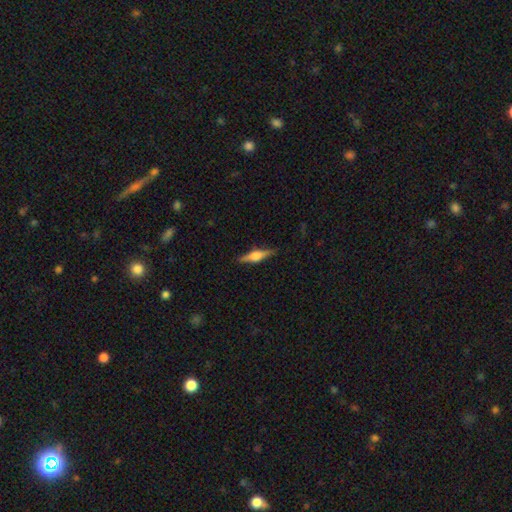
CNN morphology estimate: Smooth or featured: featured or disk — 64% (smooth — 29%)
Edge-on disk: yes — 97% (no — 3%)
Edge-on bulge: rounded — 88% (boxy — 10%)
Merging: none — 88% (minor disturbance — 9%)